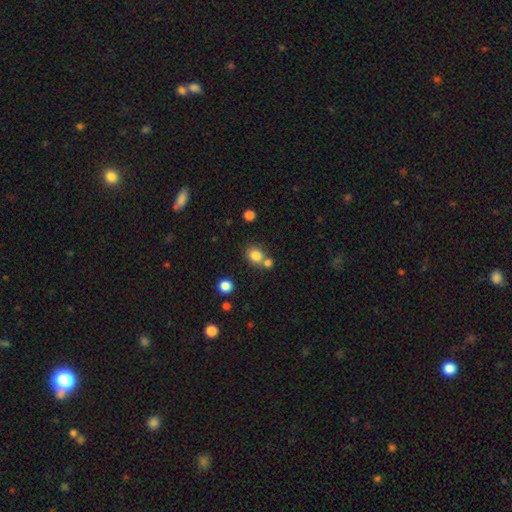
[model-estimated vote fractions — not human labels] Morphology: type=smooth (81%); roundness=round (68%); merging=none (57%).